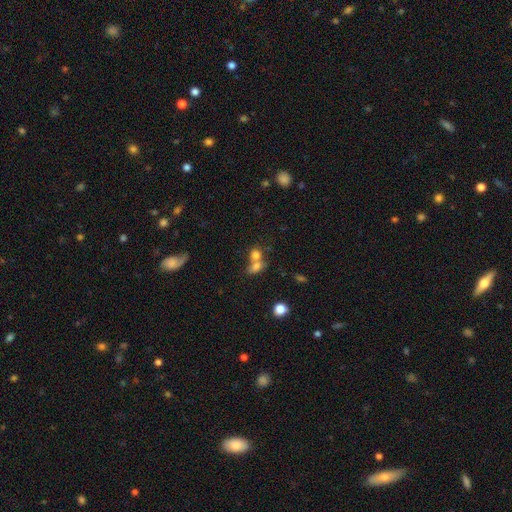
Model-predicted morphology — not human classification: Smooth or featured? smooth (75%)
How rounded? round (57%)
Merging? merger (59%)